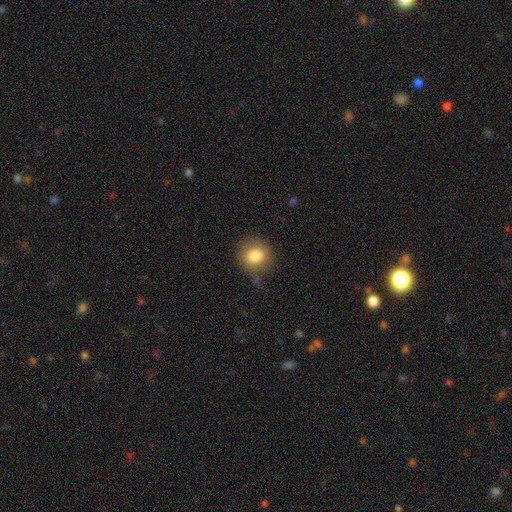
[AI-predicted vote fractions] This appears to be a smooth galaxy with no disk features (81%) that is round (88%). Merging: none (62%).